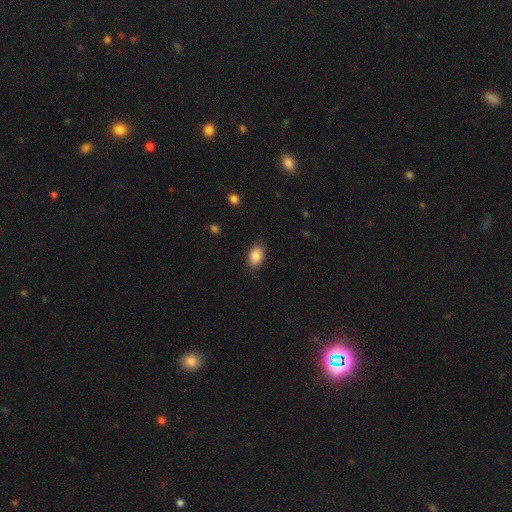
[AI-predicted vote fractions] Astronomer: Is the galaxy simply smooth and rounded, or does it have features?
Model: smooth — 86%.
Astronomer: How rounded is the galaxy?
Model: in between — 84%.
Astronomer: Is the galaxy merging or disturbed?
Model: none — 82%.